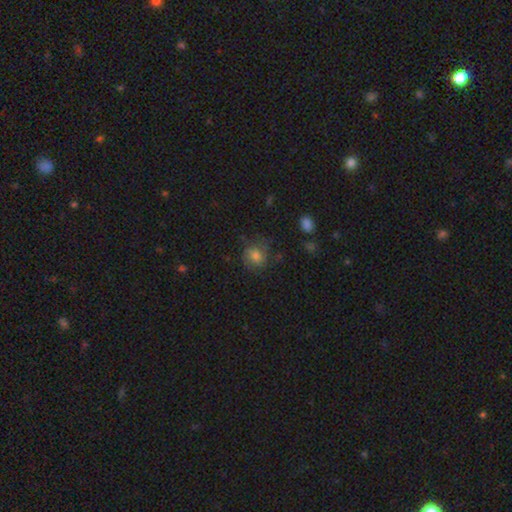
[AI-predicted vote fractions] Morphology: type=smooth (69%); roundness=round (74%); merging=none (62%).